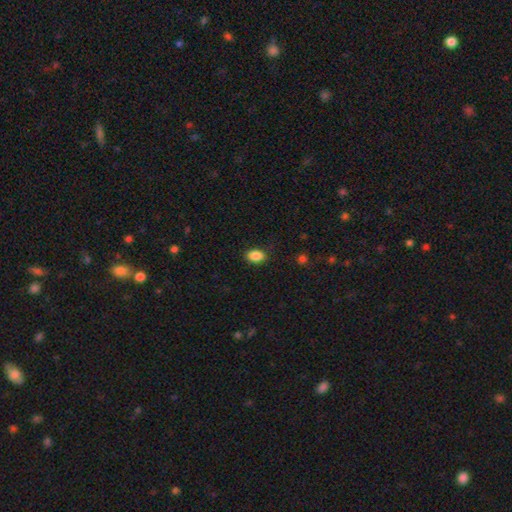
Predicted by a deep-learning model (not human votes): smooth_or_featured: smooth (p=0.88) [alt: star or artifact p=0.09]
how_rounded: in between (p=0.83) [alt: round p=0.15]
merging: none (p=0.84) [alt: minor disturbance p=0.12]